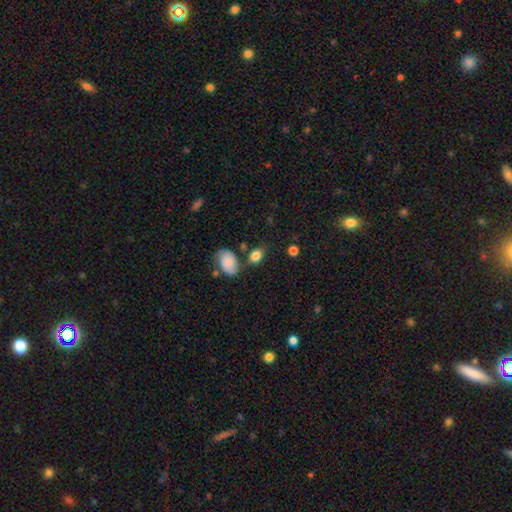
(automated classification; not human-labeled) smooth_or_featured: smooth (p=0.82) [alt: star or artifact p=0.09]
how_rounded: in between (p=0.71) [alt: round p=0.27]
merging: none (p=0.66) [alt: minor disturbance p=0.17]